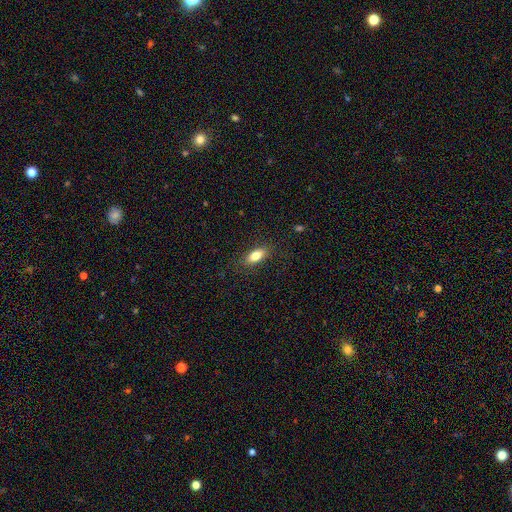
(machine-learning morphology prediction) type=smooth (80%); roundness=in between (81%); merging=none (86%).